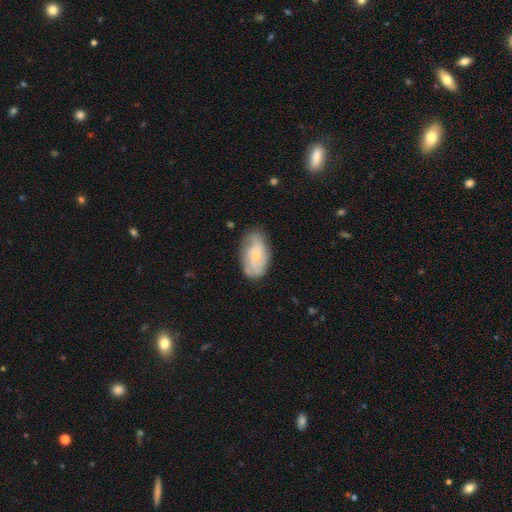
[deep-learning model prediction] Smooth or featured: featured or disk — 63% (smooth — 30%)
Edge-on disk: no — 96% (yes — 4%)
Bar: no — 64% (weak — 31%)
Spiral arms: yes — 87% (no — 13%)
Spiral winding: tight — 46% (medium — 39%)
Spiral arm count: can't tell — 36% (2 — 31%)
Bulge size: small — 64% (moderate — 27%)
Merging: none — 67% (minor disturbance — 25%)